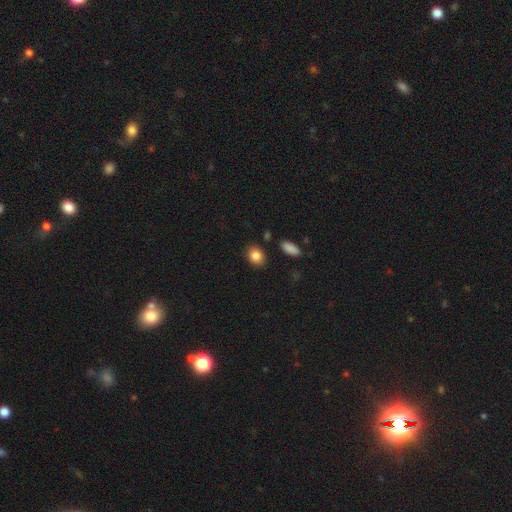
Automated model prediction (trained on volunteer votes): smooth-or-featured: smooth: 86% | star or artifact: 8% | featured or disk: 6%
  how-rounded: in between: 62% | round: 37% | cigar-shaped: 1%
  merging: none: 84% | minor disturbance: 10% | merger: 3% | major disturbance: 3%